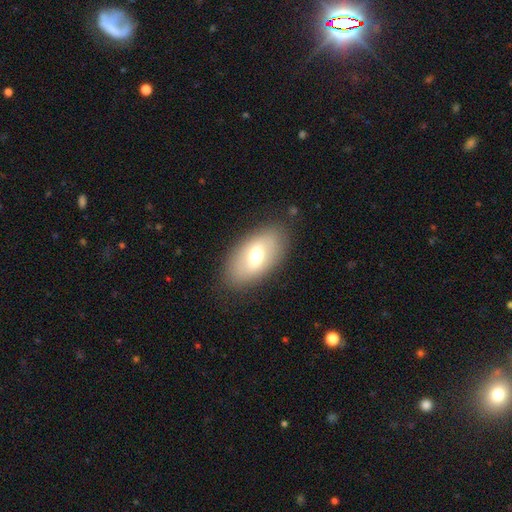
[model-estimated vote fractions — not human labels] Morphology: type=smooth (56%); roundness=in between (92%); merging=none (86%).